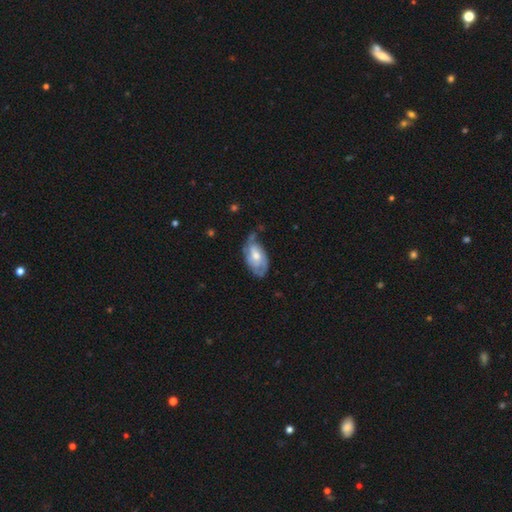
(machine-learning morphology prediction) This appears to be a featured or disk galaxy (73%) with no bar (61%), 2 (46%) tight (50%) spiral arms (89%) and a moderate central bulge (66%). Merging: none (54%).